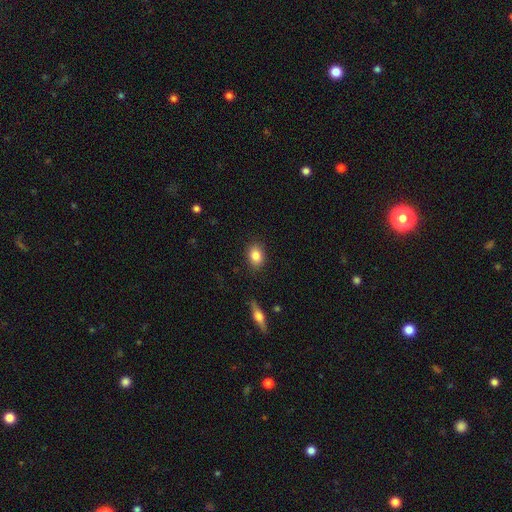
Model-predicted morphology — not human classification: Smooth or featured: smooth — 84% (featured or disk — 8%)
How rounded: in between — 70% (round — 28%)
Merging: none — 87% (minor disturbance — 9%)